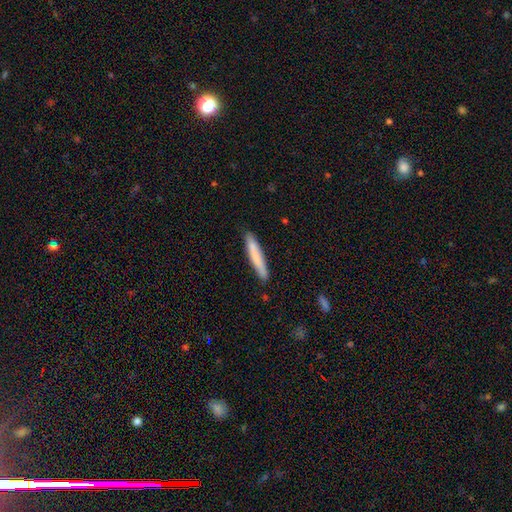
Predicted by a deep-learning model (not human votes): smooth-or-featured: smooth: 78% | featured or disk: 16% | star or artifact: 6%
  how-rounded: cigar-shaped: 93% | in between: 5% | round: 1%
  merging: none: 87% | minor disturbance: 10% | major disturbance: 2% | merger: 1%